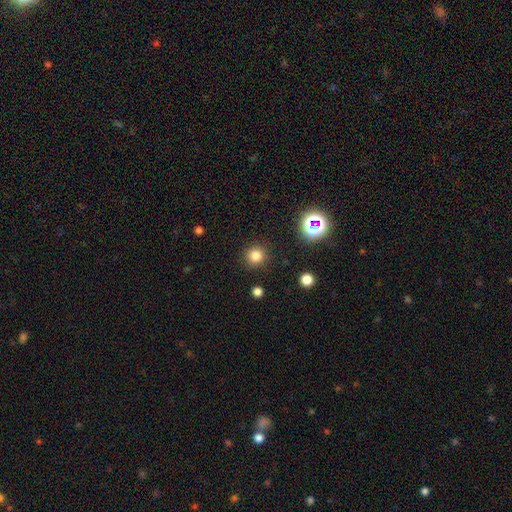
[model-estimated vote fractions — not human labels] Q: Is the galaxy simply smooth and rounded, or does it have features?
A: smooth — 78%.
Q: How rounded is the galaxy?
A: round — 93%.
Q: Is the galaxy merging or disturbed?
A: none — 90%.